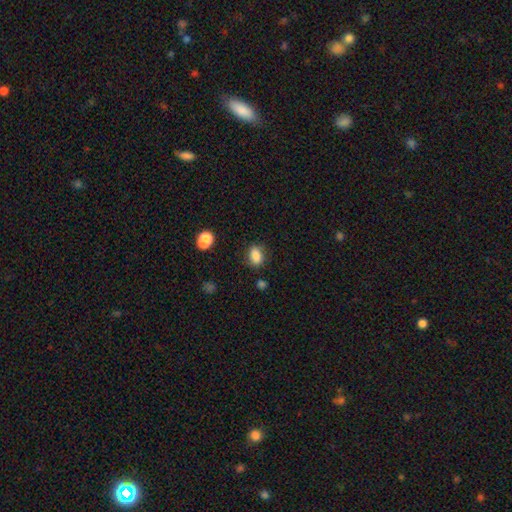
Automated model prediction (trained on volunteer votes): smooth 84%, star or artifact 10%, featured or disk 6%. Down the decision tree: how rounded — in between (75%); merging — none (75%).